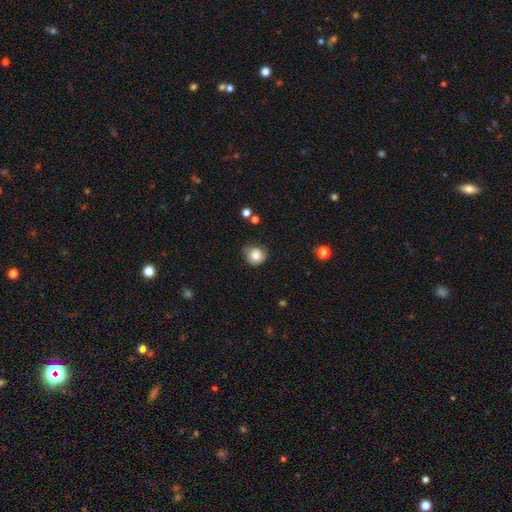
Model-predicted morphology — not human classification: A smooth galaxy with no disk features (84%) that is round (86%).

Vote fractions:
- Smooth or featured? smooth: 84% / star or artifact: 9% / featured or disk: 7%
- How rounded? round: 86% / in between: 13% / cigar-shaped: 1%
- Merging? none: 67% / minor disturbance: 26% / major disturbance: 5% / merger: 2%